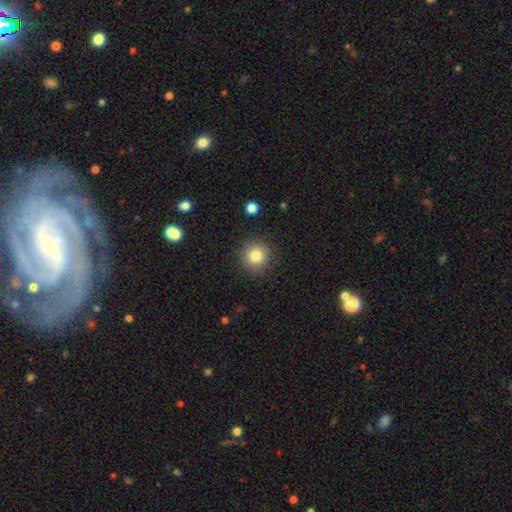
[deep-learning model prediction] Q: Smooth or featured?
A: smooth (81%); runner-up: star or artifact (11%)
Q: How rounded?
A: round (94%); runner-up: in between (5%)
Q: Merging?
A: none (88%); runner-up: minor disturbance (8%)